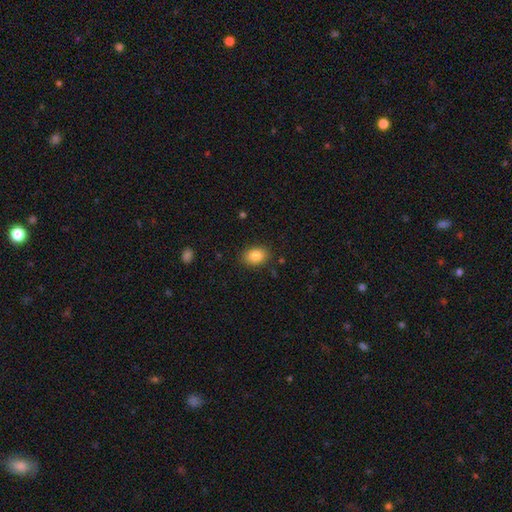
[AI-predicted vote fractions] The model was most divided on "how rounded": in between: 75%, round: 24%, cigar-shaped: 1%. More confident: merging — none (86%); smooth or featured — smooth (85%).